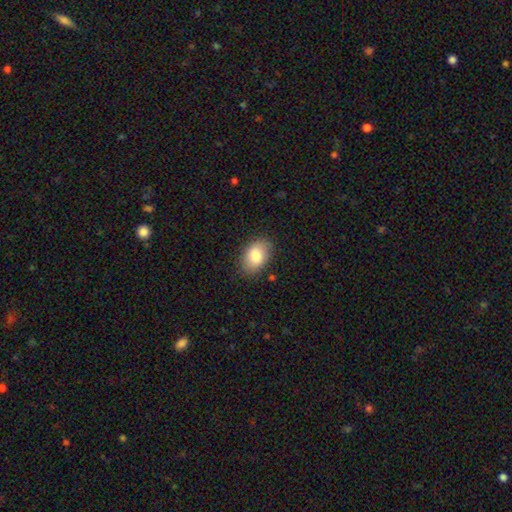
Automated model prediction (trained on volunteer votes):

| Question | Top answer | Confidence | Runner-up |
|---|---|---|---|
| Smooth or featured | smooth | 82% | featured or disk (11%) |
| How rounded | in between | 87% | round (12%) |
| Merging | none | 84% | minor disturbance (12%) |